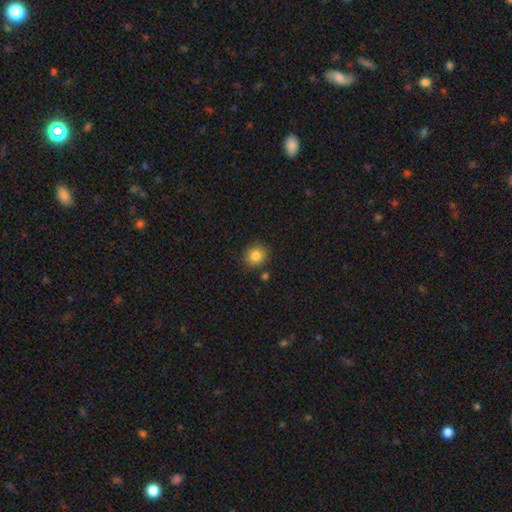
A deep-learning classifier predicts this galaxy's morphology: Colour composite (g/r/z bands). It shows a smooth galaxy with no disk features (83%) that is round (87%). Merging: none (86%).